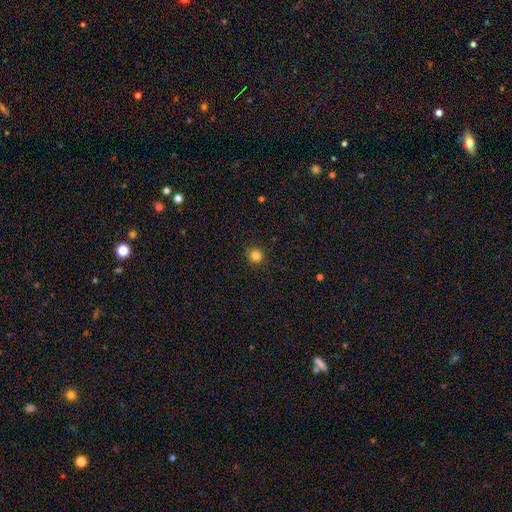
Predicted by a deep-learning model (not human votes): This is clearly a smooth galaxy (83%). How rounded: clearly round (94%). Merging: clearly none (92%).